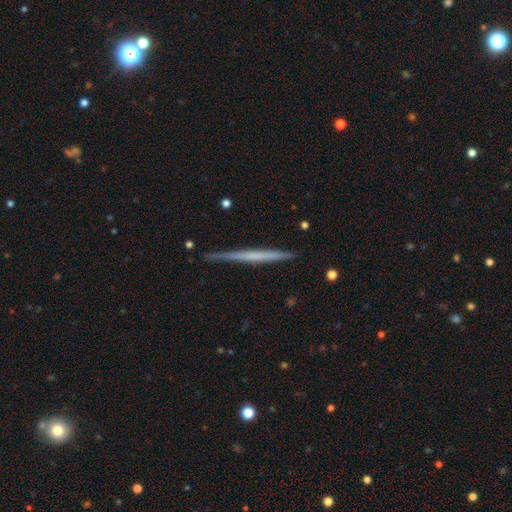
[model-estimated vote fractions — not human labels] smooth-or-featured: featured or disk: 57% | smooth: 38% | star or artifact: 5%
  disk-edge-on: yes: 98% | no: 2%
    edge-on-bulge: none: 86% | rounded: 9% | boxy: 5%
  merging: none: 89% | minor disturbance: 9% | major disturbance: 1% | merger: 1%